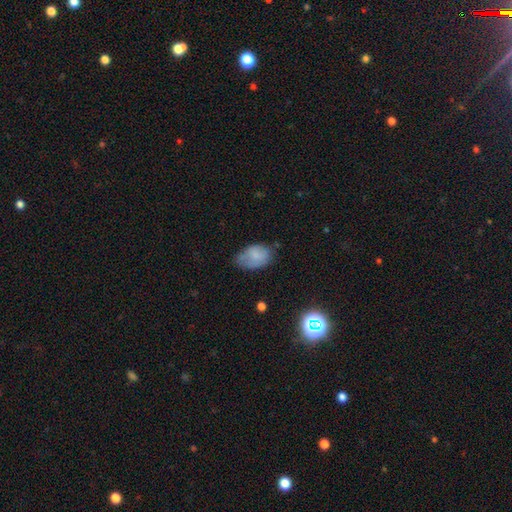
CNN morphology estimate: Smooth or featured: smooth — 77% (featured or disk — 14%)
How rounded: in between — 89% (round — 10%)
Merging: none — 54% (minor disturbance — 34%)